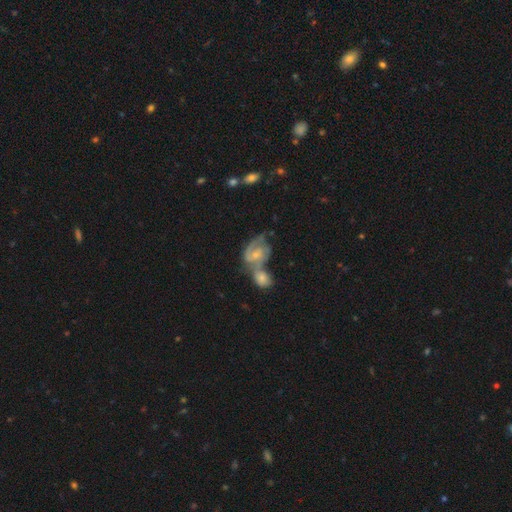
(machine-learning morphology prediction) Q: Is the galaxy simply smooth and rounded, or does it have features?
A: featured or disk — 75%.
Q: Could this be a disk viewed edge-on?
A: no — 97%.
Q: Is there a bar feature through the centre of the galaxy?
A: no — 49%.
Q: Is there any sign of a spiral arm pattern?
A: yes — 92%.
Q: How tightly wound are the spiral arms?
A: medium — 45%.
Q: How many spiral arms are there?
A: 2 — 63%.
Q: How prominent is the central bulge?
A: small — 53%.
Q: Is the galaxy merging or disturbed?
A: merger — 57%.